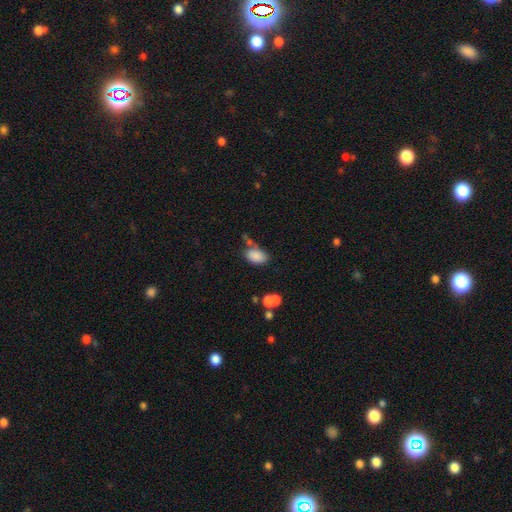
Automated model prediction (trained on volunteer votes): Overall: smooth (84%). How rounded: in between (89%). Merging: none (56%; minor disturbance 21%).